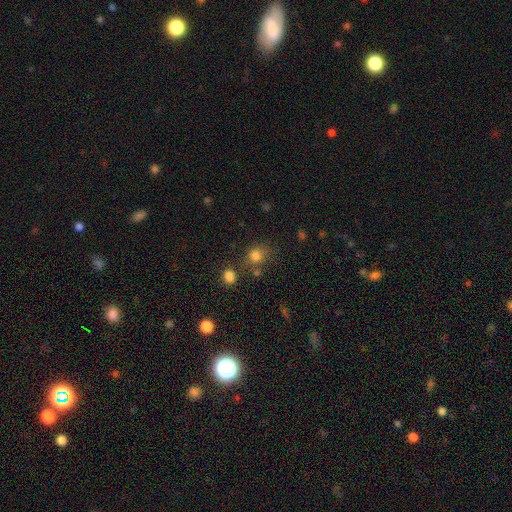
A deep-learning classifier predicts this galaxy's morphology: A smooth galaxy with no disk features (79%) that is round (73%). Merging: none (65%).